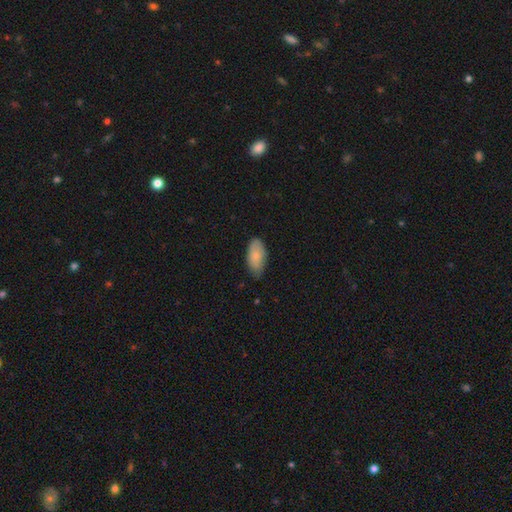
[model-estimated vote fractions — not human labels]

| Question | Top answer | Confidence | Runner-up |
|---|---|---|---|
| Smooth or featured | smooth | 84% | featured or disk (11%) |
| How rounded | in between | 93% | cigar-shaped (5%) |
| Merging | none | 72% | minor disturbance (24%) |